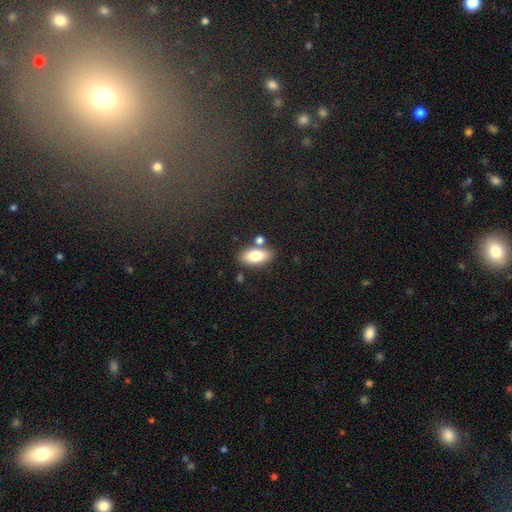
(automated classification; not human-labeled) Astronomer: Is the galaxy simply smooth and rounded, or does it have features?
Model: smooth — 80%.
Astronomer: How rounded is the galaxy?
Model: in between — 91%.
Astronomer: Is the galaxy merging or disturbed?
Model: none — 76%.